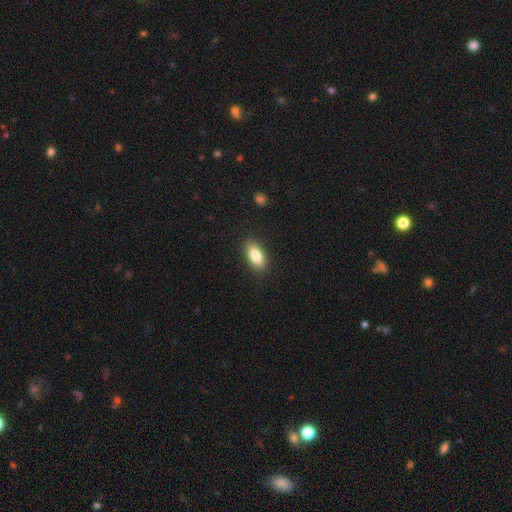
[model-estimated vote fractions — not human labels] Overall: smooth (82%). How rounded: in between (85%). Merging: none (88%).